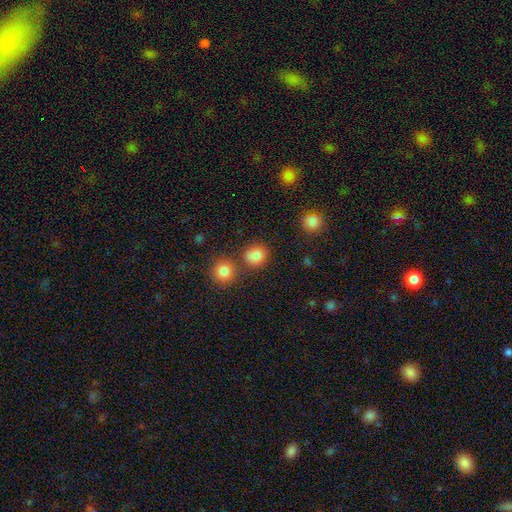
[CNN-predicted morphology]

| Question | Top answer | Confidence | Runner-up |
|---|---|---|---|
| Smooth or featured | smooth | 83% | star or artifact (12%) |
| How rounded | round | 81% | in between (18%) |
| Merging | none | 72% | merger (12%) |